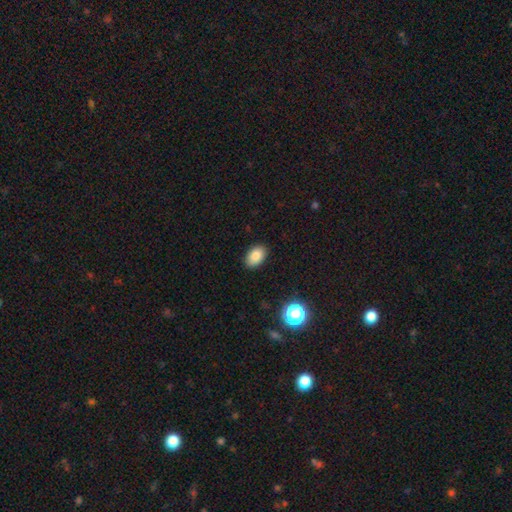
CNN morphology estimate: Smooth or featured?
  - smooth: 83% *
  - star or artifact: 10%
  - featured or disk: 7%
How rounded?
  - in between: 87% *
  - round: 12%
  - cigar-shaped: 1%
Merging?
  - none: 88% *
  - minor disturbance: 9%
  - major disturbance: 2%
  - merger: 1%